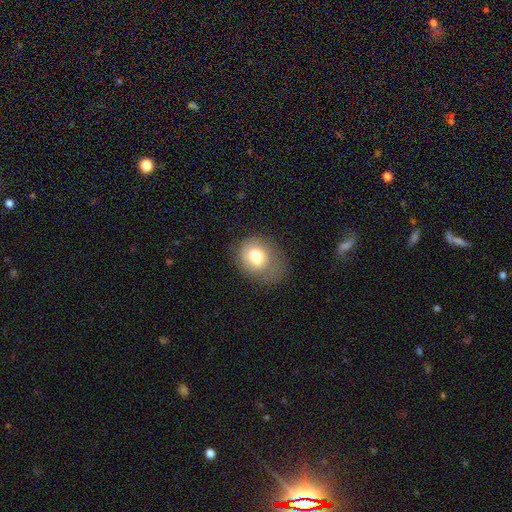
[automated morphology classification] A smooth galaxy with no disk features (71%) that is round (52%). Merging: none (46%).